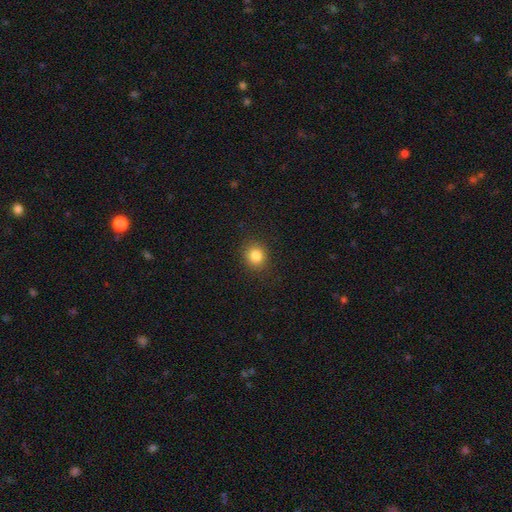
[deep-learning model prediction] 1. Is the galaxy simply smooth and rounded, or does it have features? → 84% smooth, 11% star or artifact, 5% featured or disk.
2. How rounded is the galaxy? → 80% round, 19% in between, 1% cigar-shaped.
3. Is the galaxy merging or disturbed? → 88% none, 8% minor disturbance, 3% major disturbance, 1% merger.